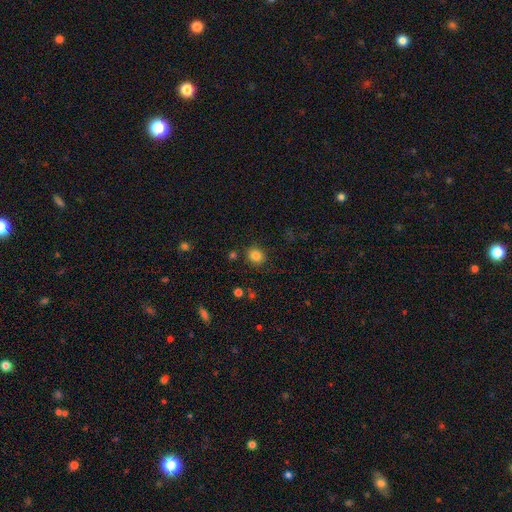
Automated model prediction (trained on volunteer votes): A smooth galaxy with no disk features (83%) that is round (74%). Merging: none (82%).